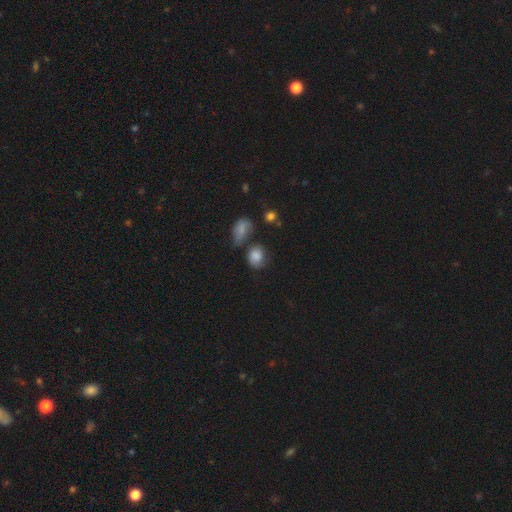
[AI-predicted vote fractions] The model was most divided on "how rounded": round: 55%, in between: 43%, cigar-shaped: 1%. Remaining: smooth or featured — smooth (75%); merging — none (46%).